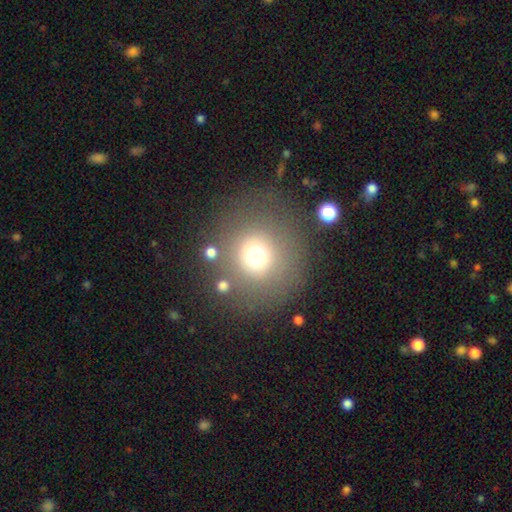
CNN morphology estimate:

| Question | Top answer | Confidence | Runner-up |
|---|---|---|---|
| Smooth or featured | smooth | 69% | star or artifact (20%) |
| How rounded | round | 93% | in between (6%) |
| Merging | none | 78% | minor disturbance (9%) |